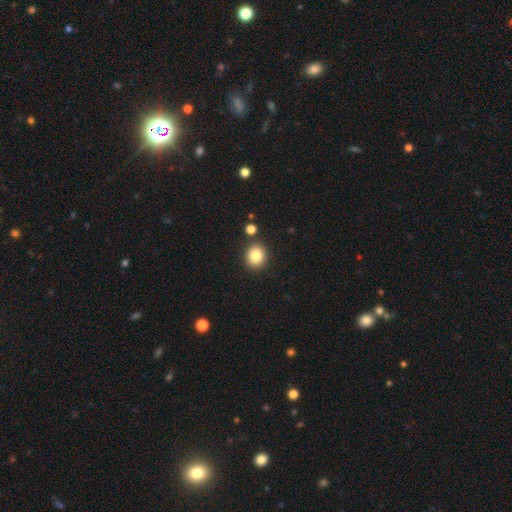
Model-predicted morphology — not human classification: Smooth or featured?
  - smooth: 83% *
  - star or artifact: 11%
  - featured or disk: 6%
How rounded?
  - round: 76% *
  - in between: 23%
  - cigar-shaped: 1%
Merging?
  - none: 85% *
  - minor disturbance: 7%
  - merger: 5%
  - major disturbance: 2%